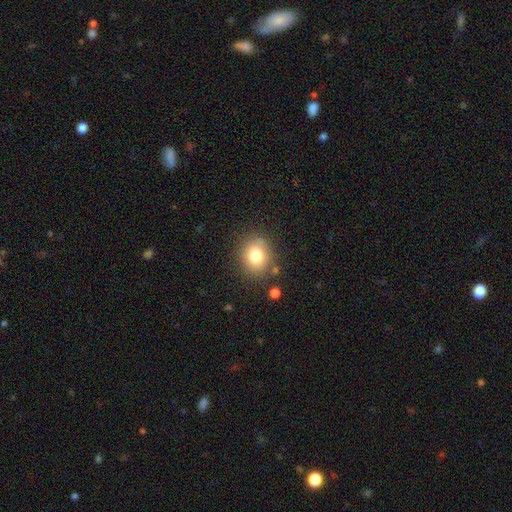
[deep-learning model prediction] This appears to be a smooth galaxy with no disk features (78%) that is round (68%). Merging: none (81%).